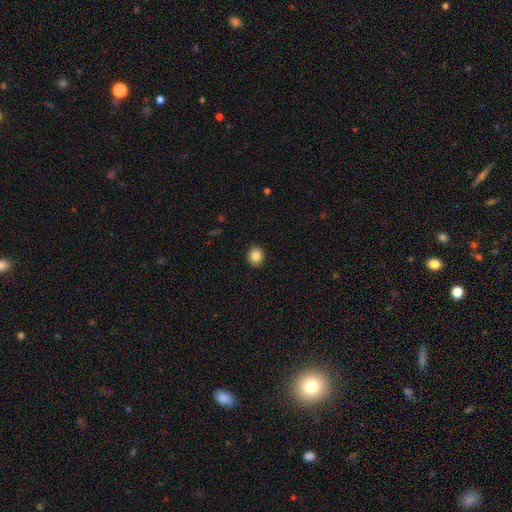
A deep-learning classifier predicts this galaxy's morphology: The model was most divided on "smooth or featured": smooth: 84%, star or artifact: 9%, featured or disk: 6%. More confident: merging — none (92%); how rounded — round (88%).